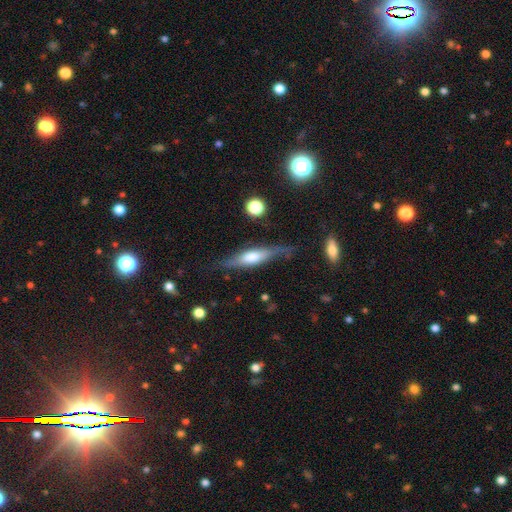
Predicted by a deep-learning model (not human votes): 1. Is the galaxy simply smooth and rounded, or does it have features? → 61% featured or disk, 23% smooth, 16% star or artifact.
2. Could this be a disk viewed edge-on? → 91% yes, 9% no.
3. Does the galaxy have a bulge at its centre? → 88% rounded, 7% boxy, 6% none.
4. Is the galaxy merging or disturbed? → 79% none, 14% minor disturbance, 4% major disturbance, 4% merger.